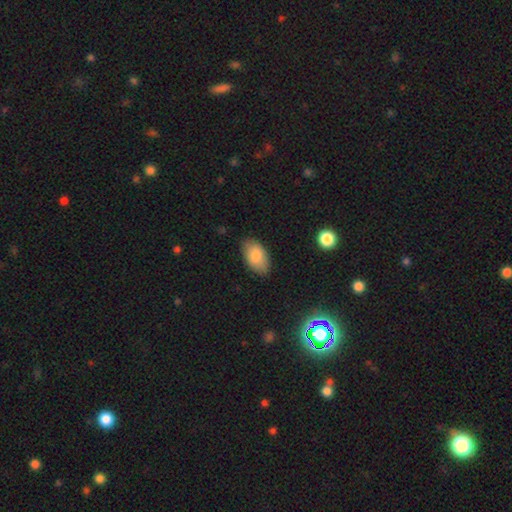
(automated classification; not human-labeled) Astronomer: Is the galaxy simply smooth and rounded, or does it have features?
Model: smooth — 84%.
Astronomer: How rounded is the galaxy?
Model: in between — 94%.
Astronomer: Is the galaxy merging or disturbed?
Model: none — 83%.